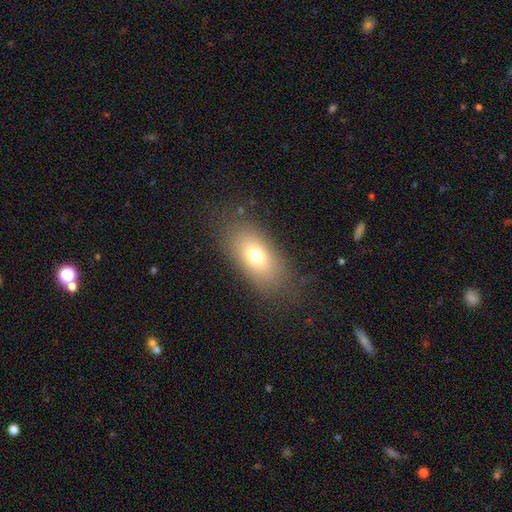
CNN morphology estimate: A smooth galaxy with no disk features (71%) that is in between round and cigar-shaped (85%). Merging: none (78%).